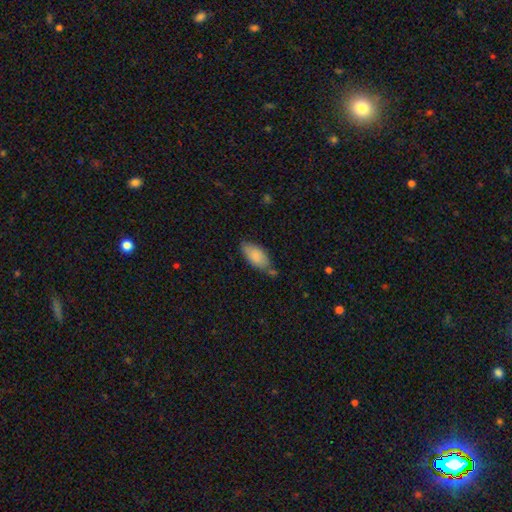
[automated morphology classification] This appears to be a smooth galaxy with no disk features (84%) that is in between round and cigar-shaped (90%). Merging: none (56%).